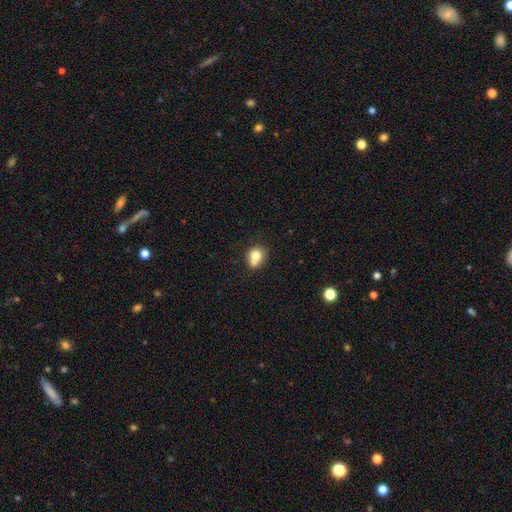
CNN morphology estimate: Smooth or featured?
  - smooth: 73% *
  - featured or disk: 16%
  - star or artifact: 11%
How rounded?
  - round: 68% *
  - in between: 31%
  - cigar-shaped: 1%
Merging?
  - merger: 41% *
  - none: 40%
  - minor disturbance: 14%
  - major disturbance: 5%